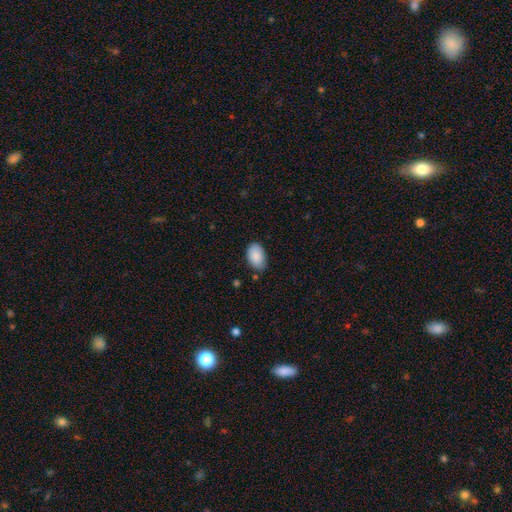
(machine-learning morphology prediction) This appears to be a smooth galaxy with no disk features (88%) that is in between round and cigar-shaped (92%). Merging: none (75%).